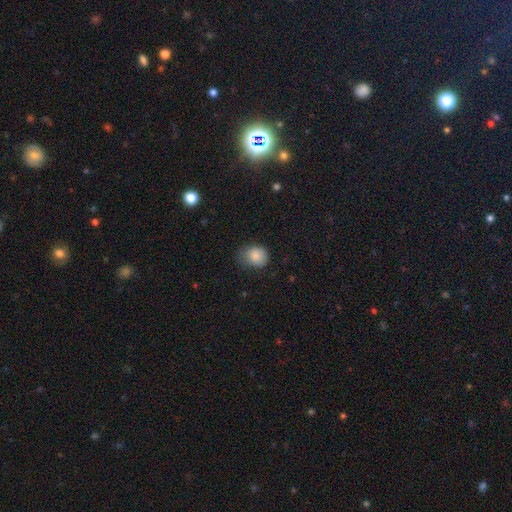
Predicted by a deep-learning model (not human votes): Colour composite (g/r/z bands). It shows a smooth galaxy with no disk features (85%) that is round (63%). Merging: none (59%).